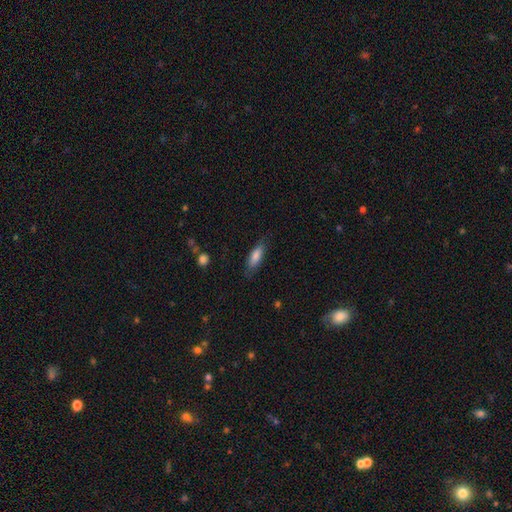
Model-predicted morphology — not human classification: Smooth or featured? smooth (79%)
How rounded? in between (58%)
Merging? none (77%)